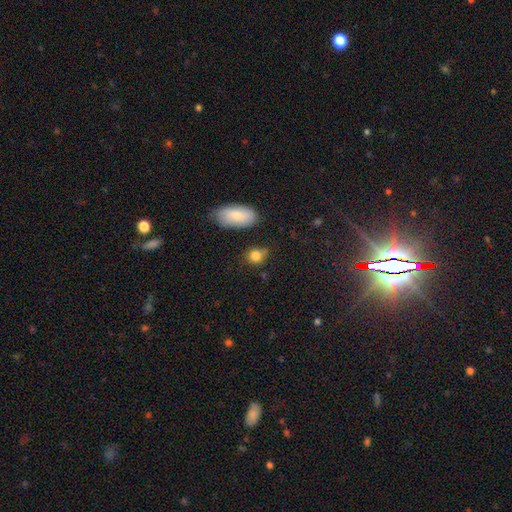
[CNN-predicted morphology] Overall: smooth (83%). How rounded: round (56%; in between 42%). Merging: none (66%).